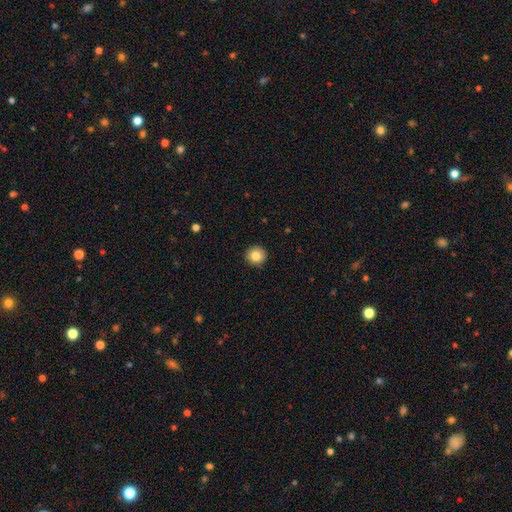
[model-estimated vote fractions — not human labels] smooth_or_featured: smooth (p=0.84) [alt: star or artifact p=0.09]
how_rounded: round (p=0.92) [alt: in between p=0.07]
merging: none (p=0.91) [alt: minor disturbance p=0.06]